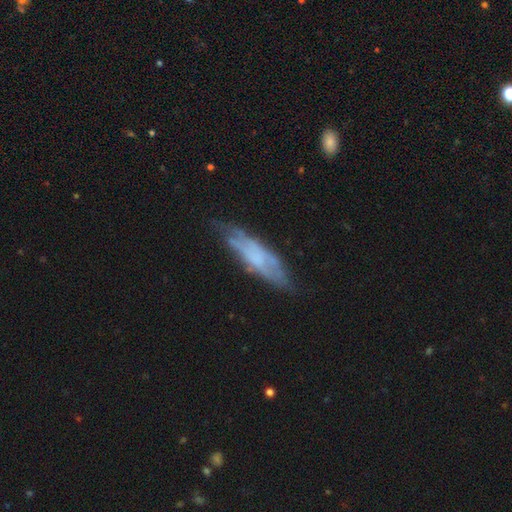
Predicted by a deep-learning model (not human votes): A featured or disk galaxy (54%).

Vote fractions:
- Smooth or featured? featured or disk: 54% / smooth: 38% / star or artifact: 9%
- Edge-on disk? no: 56% / yes: 44%
- Merging? none: 60% / minor disturbance: 28% / major disturbance: 10% / merger: 2%